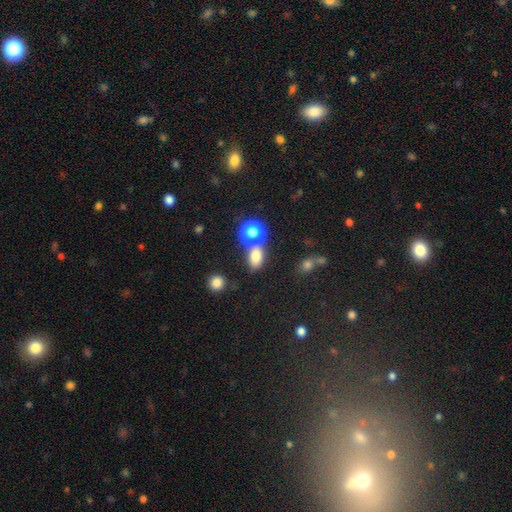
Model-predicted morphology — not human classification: Overall: smooth (75%). How rounded: in between (69%; round 30%). Merging: none (60%; merger 24%).